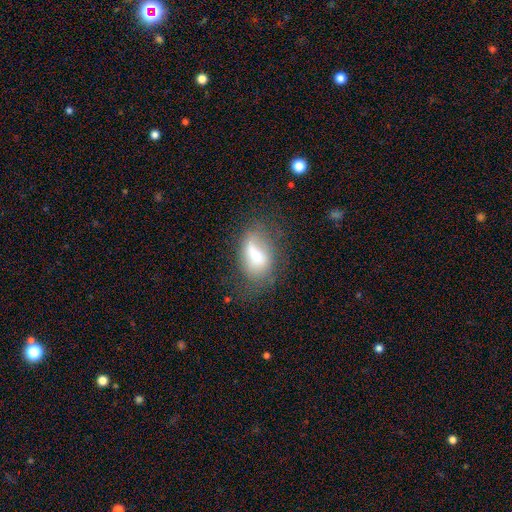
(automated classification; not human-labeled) This appears to be a smooth galaxy with no disk features (54%) that is in between round and cigar-shaped (83%). Merging: none (48%).